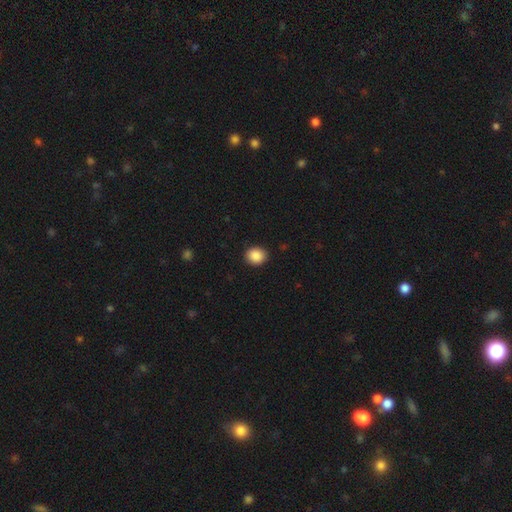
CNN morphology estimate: Smooth or featured?
  - smooth: 89% *
  - star or artifact: 8%
  - featured or disk: 3%
How rounded?
  - round: 73% *
  - in between: 26%
  - cigar-shaped: 1%
Merging?
  - none: 91% *
  - minor disturbance: 7%
  - major disturbance: 2%
  - merger: 1%